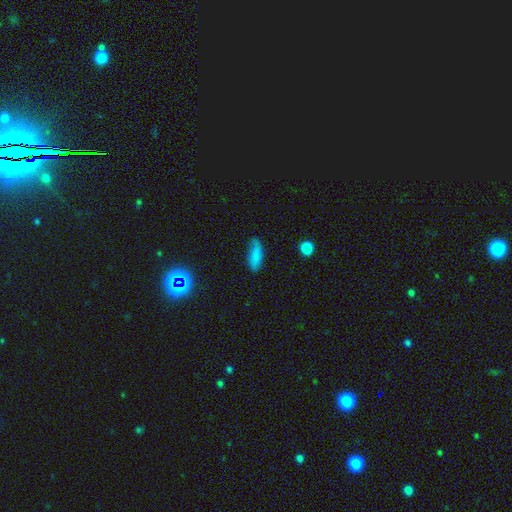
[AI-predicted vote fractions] smooth-or-featured: smooth: 79% | featured or disk: 11% | star or artifact: 9%
  how-rounded: in between: 65% | cigar-shaped: 33% | round: 3%
  merging: none: 68% | minor disturbance: 24% | major disturbance: 6% | merger: 2%